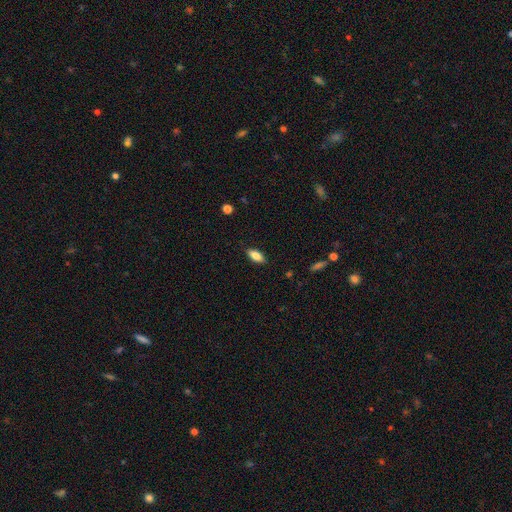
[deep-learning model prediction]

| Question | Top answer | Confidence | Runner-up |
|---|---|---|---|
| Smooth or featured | smooth | 82% | featured or disk (10%) |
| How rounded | in between | 84% | cigar-shaped (14%) |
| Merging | none | 87% | minor disturbance (10%) |